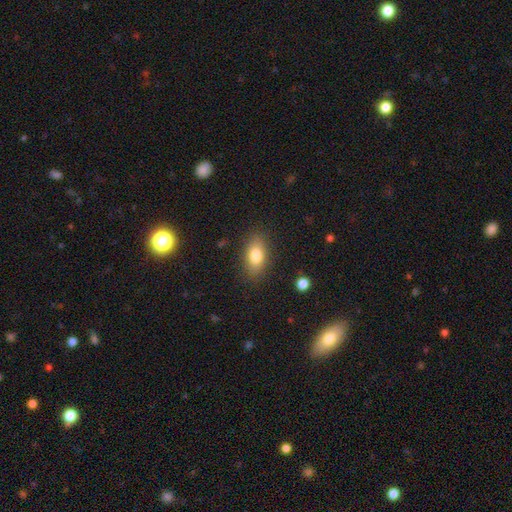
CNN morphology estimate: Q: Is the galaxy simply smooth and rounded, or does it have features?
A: smooth — 80%.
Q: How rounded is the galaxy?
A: in between — 87%.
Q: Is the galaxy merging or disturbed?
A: none — 85%.